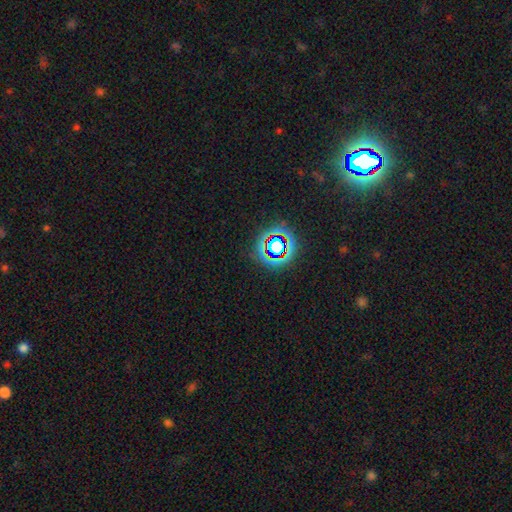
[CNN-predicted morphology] type=star or artifact (74%).